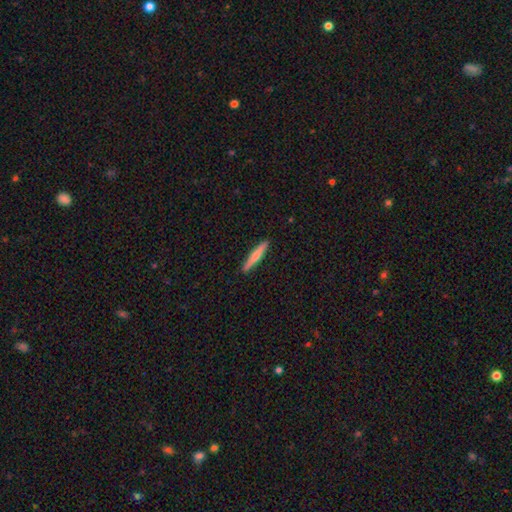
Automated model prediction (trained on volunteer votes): smooth_or_featured: smooth (p=0.55) [alt: featured or disk p=0.39]
how_rounded: cigar-shaped (p=0.92) [alt: in between p=0.06]
merging: none (p=0.92) [alt: minor disturbance p=0.06]